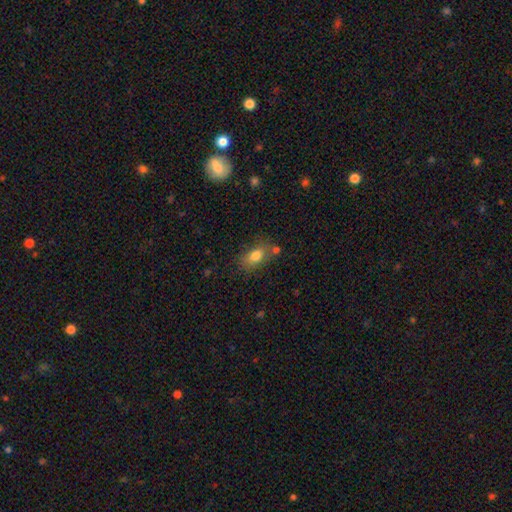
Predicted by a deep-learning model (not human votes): Morphology: type=smooth (80%); roundness=in between (84%); merging=none (67%).